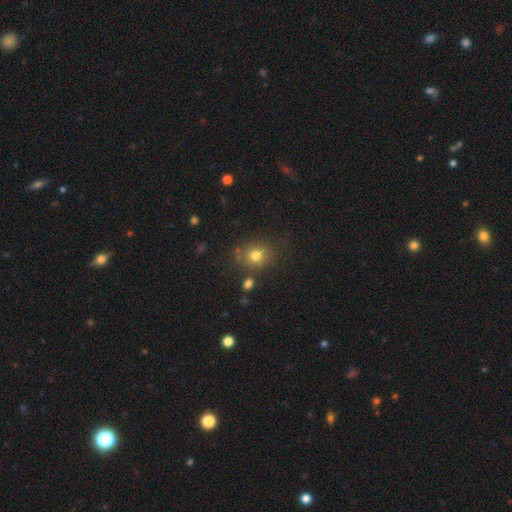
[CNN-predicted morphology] Smooth or featured: smooth — 76% (star or artifact — 14%)
How rounded: round — 74% (in between — 25%)
Merging: none — 76% (minor disturbance — 13%)